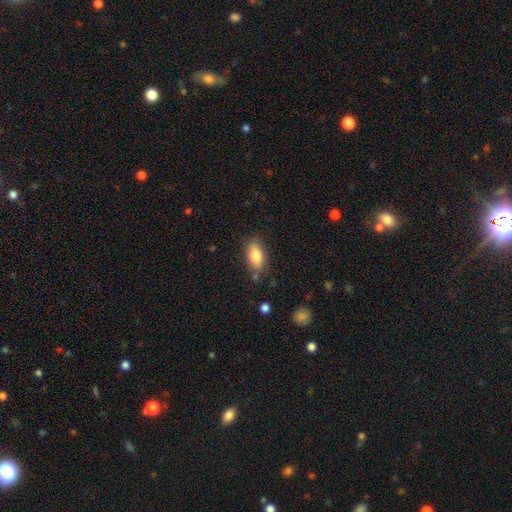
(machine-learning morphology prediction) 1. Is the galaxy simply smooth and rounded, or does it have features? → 82% smooth, 11% featured or disk, 7% star or artifact.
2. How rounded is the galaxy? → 85% in between, 12% cigar-shaped, 3% round.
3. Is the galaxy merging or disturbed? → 79% none, 15% minor disturbance, 3% major disturbance, 3% merger.